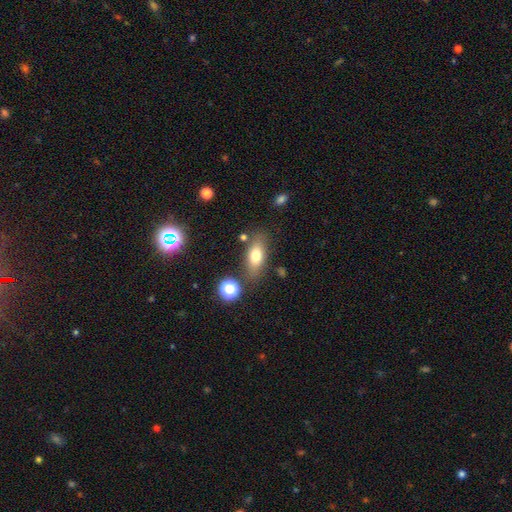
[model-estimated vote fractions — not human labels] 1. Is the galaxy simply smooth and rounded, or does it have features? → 74% smooth, 17% featured or disk, 9% star or artifact.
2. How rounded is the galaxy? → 77% in between, 16% cigar-shaped, 7% round.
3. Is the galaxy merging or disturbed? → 76% none, 14% minor disturbance, 6% merger, 4% major disturbance.